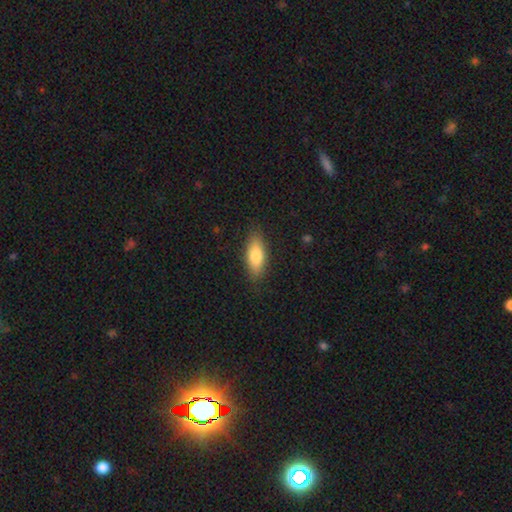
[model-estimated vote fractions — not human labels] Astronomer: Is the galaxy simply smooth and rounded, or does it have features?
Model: smooth — 80%.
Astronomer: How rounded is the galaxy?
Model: in between — 74%.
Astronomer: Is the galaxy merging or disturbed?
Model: none — 85%.